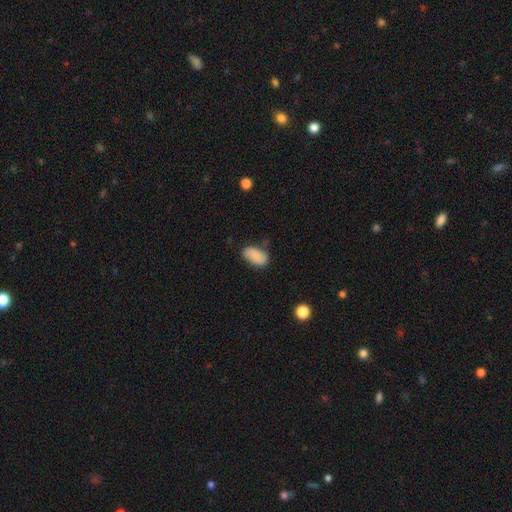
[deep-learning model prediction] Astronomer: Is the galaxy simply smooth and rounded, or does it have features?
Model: smooth — 83%.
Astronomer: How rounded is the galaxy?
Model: in between — 94%.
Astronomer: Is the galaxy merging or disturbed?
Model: none — 67%.